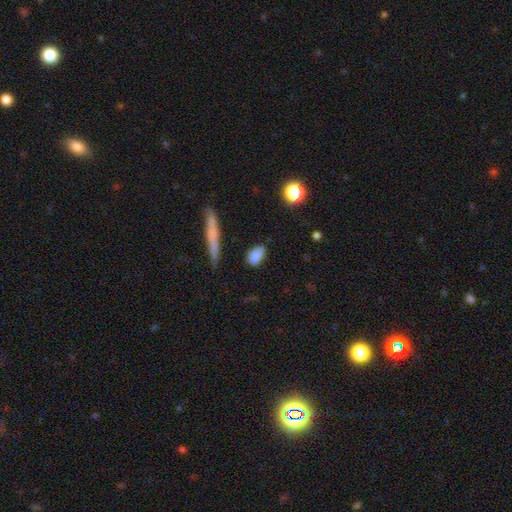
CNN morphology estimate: Smooth or featured?
  - smooth: 83% *
  - star or artifact: 9%
  - featured or disk: 8%
How rounded?
  - in between: 84% *
  - round: 9%
  - cigar-shaped: 6%
Merging?
  - none: 74% *
  - minor disturbance: 18%
  - major disturbance: 4%
  - merger: 3%